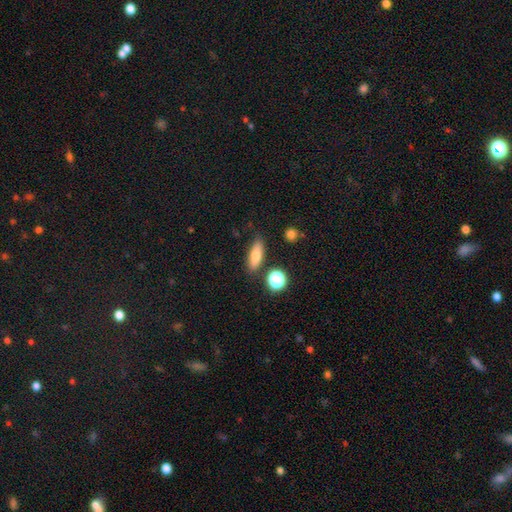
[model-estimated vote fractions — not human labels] A smooth galaxy with no disk features (71%) that is in between round and cigar-shaped (54%). Merging: none (82%).